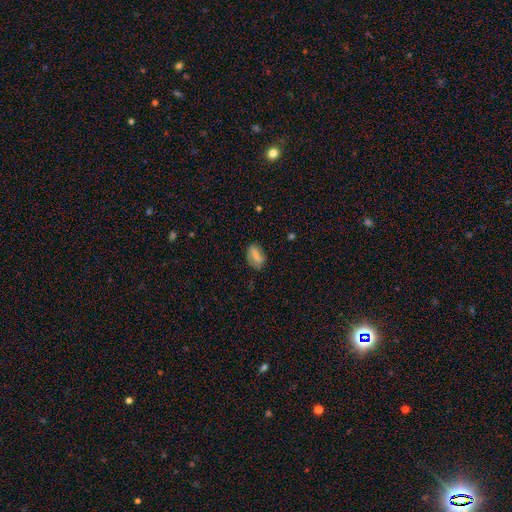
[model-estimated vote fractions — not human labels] smooth_or_featured: smooth (p=0.69) [alt: featured or disk p=0.22]
how_rounded: in between (p=0.82) [alt: round p=0.11]
merging: none (p=0.68) [alt: minor disturbance p=0.22]